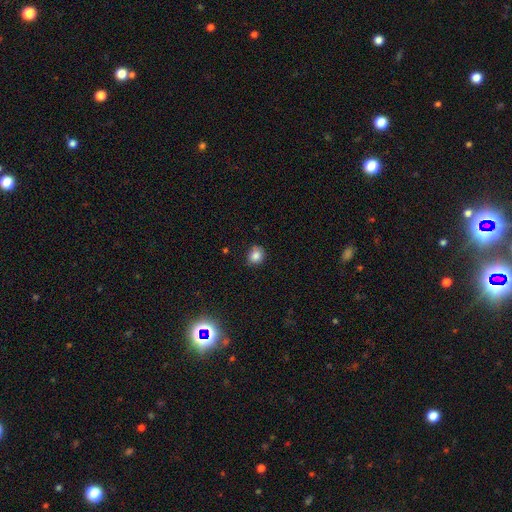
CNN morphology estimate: This appears to be a smooth galaxy with no disk features (84%) that is round (74%). Merging: none (77%).